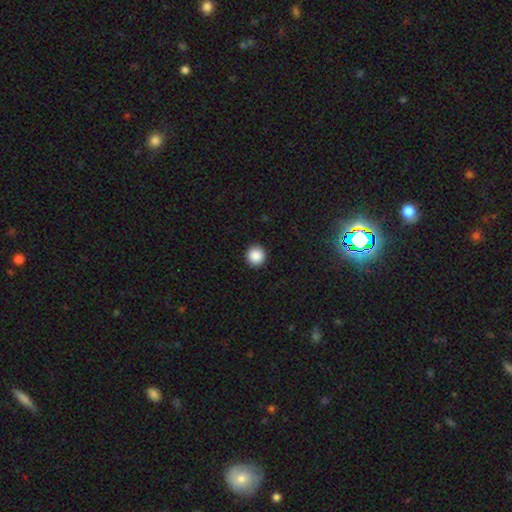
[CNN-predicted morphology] Smooth or featured: smooth — 89% (star or artifact — 9%)
How rounded: round — 95% (in between — 4%)
Merging: none — 93% (minor disturbance — 4%)